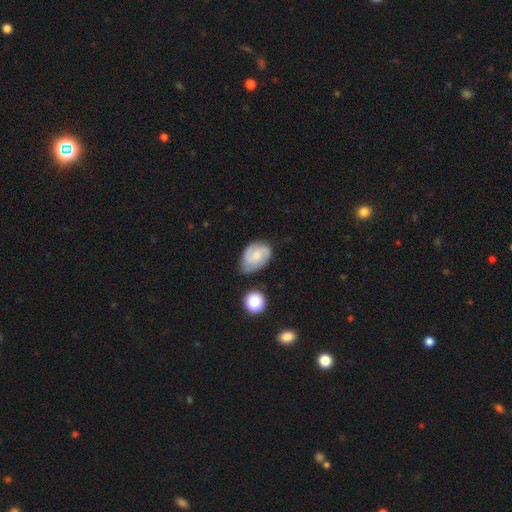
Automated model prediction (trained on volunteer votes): Morphology: type=featured or disk (57%); edge-on=no (97%); bar=no (61%); spiral arms=yes (91%); winding=tight (45%); arm count=2 (56%); bulge=small (40%); merging=none (61%).